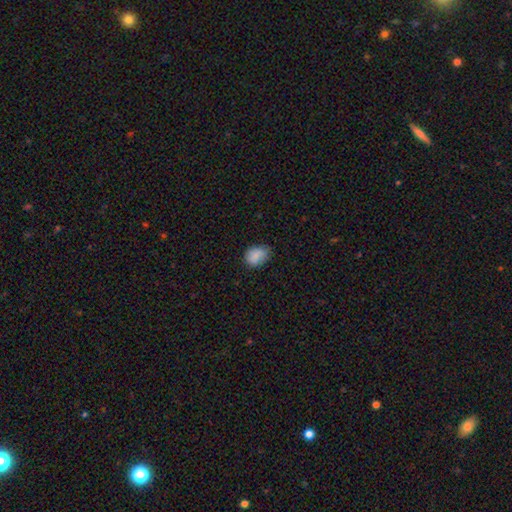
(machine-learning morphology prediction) Overall: smooth (86%). How rounded: in between (64%; round 35%). Merging: none (62%; minor disturbance 31%).